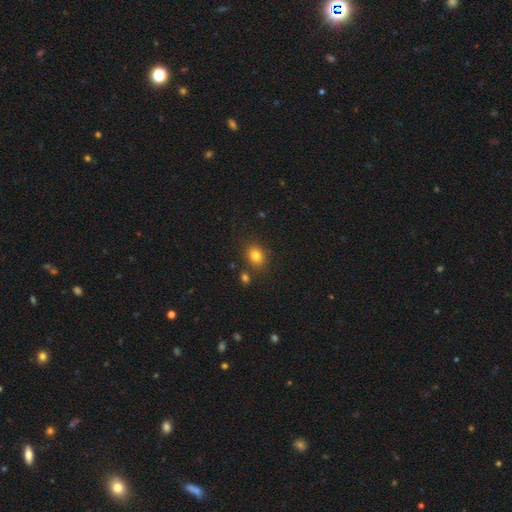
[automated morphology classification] smooth-or-featured: smooth: 80% | star or artifact: 12% | featured or disk: 7%
  how-rounded: round: 53% | in between: 46% | cigar-shaped: 1%
  merging: none: 79% | minor disturbance: 11% | merger: 7% | major disturbance: 3%